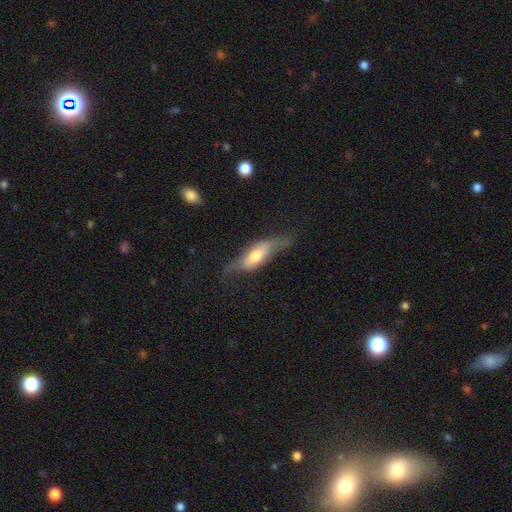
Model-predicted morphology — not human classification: smooth_or_featured: featured or disk (p=0.51) [alt: smooth p=0.43]
disk_edge_on: yes (p=0.54) [alt: no p=0.46]
merging: none (p=0.45) [alt: minor disturbance p=0.29]